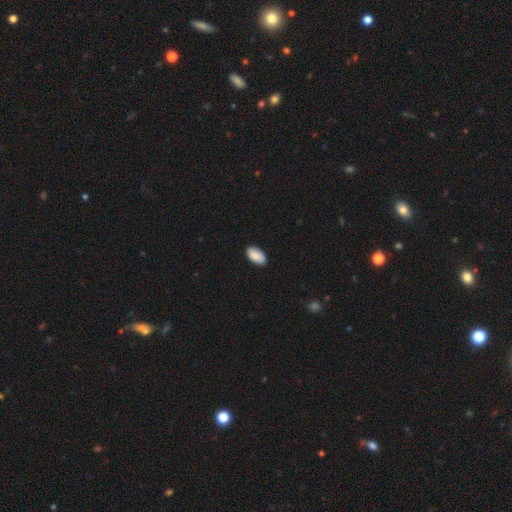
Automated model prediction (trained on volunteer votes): Smooth or featured? smooth (89%)
How rounded? in between (95%)
Merging? none (88%)